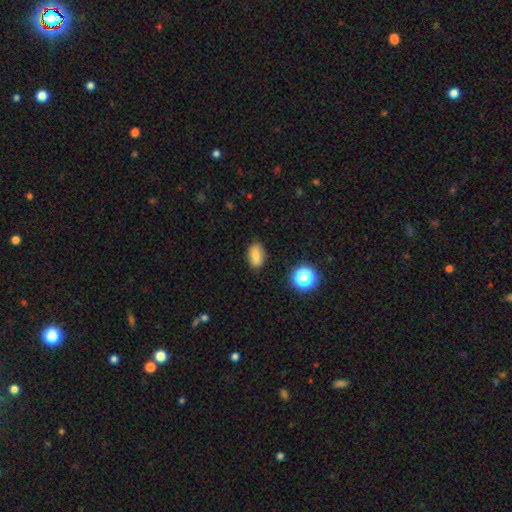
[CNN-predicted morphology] Q: Smooth or featured?
A: smooth (82%); runner-up: star or artifact (11%)
Q: How rounded?
A: in between (87%); runner-up: round (11%)
Q: Merging?
A: none (83%); runner-up: minor disturbance (12%)